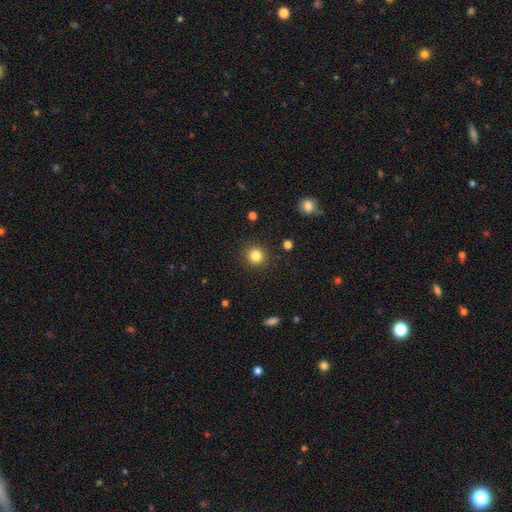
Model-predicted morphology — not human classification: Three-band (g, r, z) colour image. It shows a smooth galaxy with no disk features (84%) that is round (91%). Merging: none (90%).